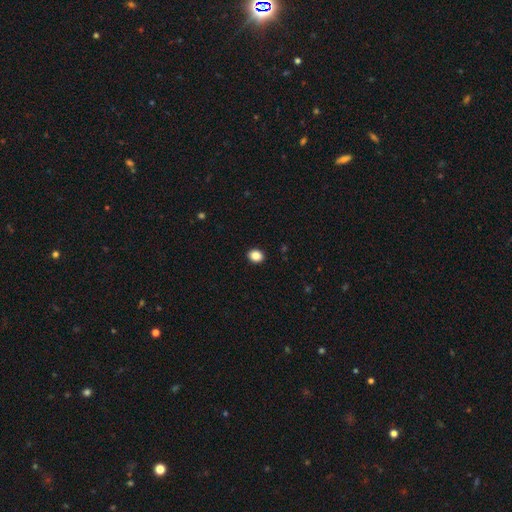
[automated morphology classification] A smooth galaxy with no disk features (87%) that is round (59%). Merging: none (92%).